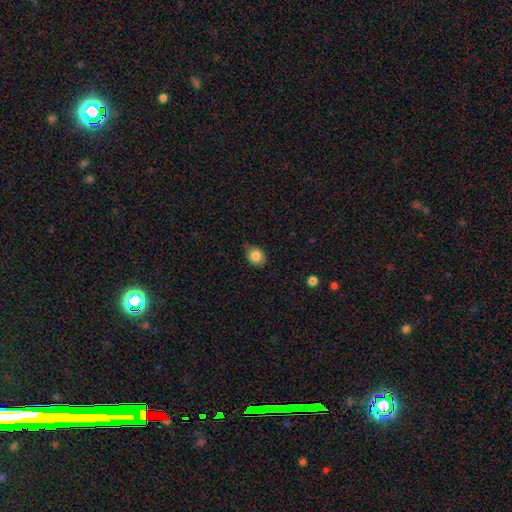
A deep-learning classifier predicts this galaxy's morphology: Smooth or featured? smooth (83%)
How rounded? round (51%)
Merging? none (79%)